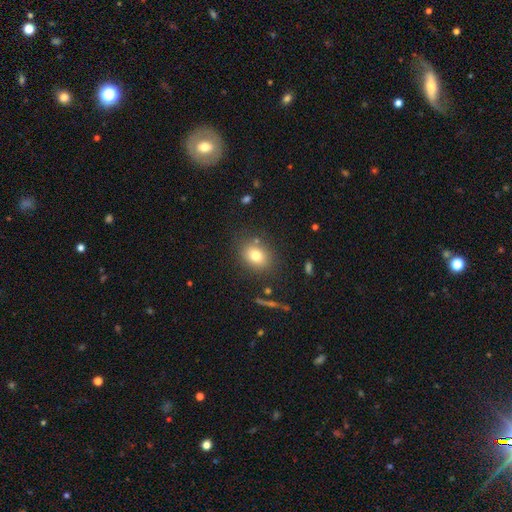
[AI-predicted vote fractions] Overall: smooth (77%). How rounded: in between (54%; round 45%). Merging: none (81%).